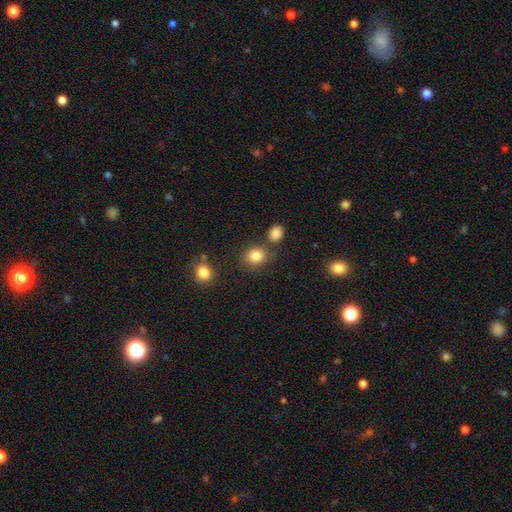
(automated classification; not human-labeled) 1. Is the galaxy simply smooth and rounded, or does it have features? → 83% smooth, 11% star or artifact, 6% featured or disk.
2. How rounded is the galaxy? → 74% round, 25% in between, 1% cigar-shaped.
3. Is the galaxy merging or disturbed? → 75% none, 11% merger, 10% minor disturbance, 4% major disturbance.